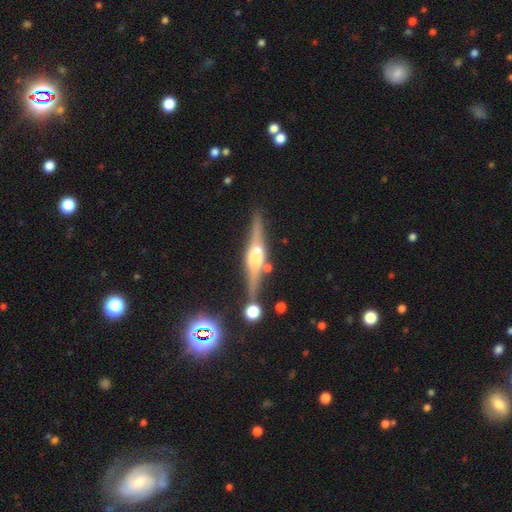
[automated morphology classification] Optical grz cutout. It shows a featured or disk galaxy (79%) viewed edge-on (97%) with a rounded central bulge (64%). Merging: none (81%).